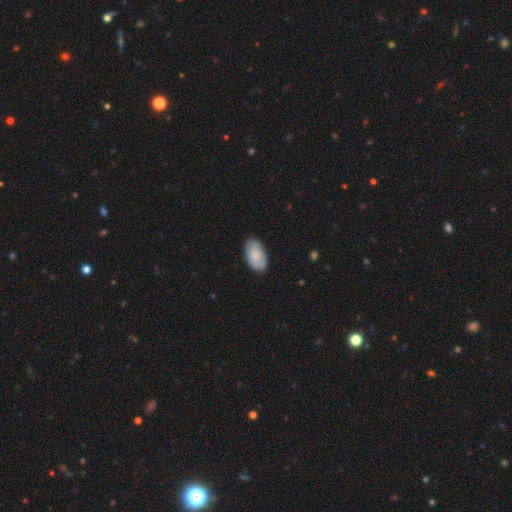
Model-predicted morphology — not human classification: Overall: smooth (80%). How rounded: in between (95%). Merging: none (82%).